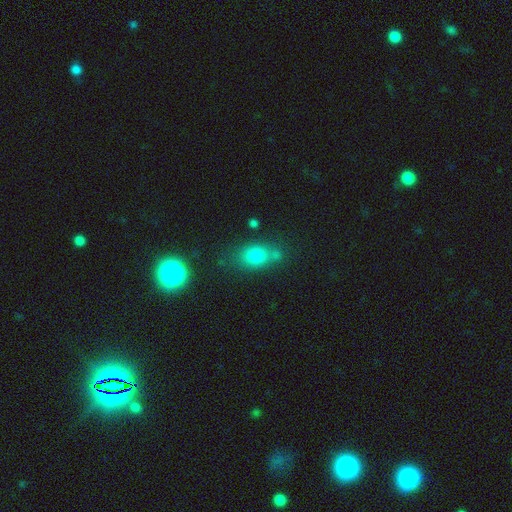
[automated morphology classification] A smooth galaxy with no disk features (77%) that is in between round and cigar-shaped (66%).

Vote fractions:
- Smooth or featured? smooth: 77% / star or artifact: 12% / featured or disk: 11%
- How rounded? in between: 66% / round: 30% / cigar-shaped: 4%
- Merging? none: 62% / minor disturbance: 18% / merger: 14% / major disturbance: 6%